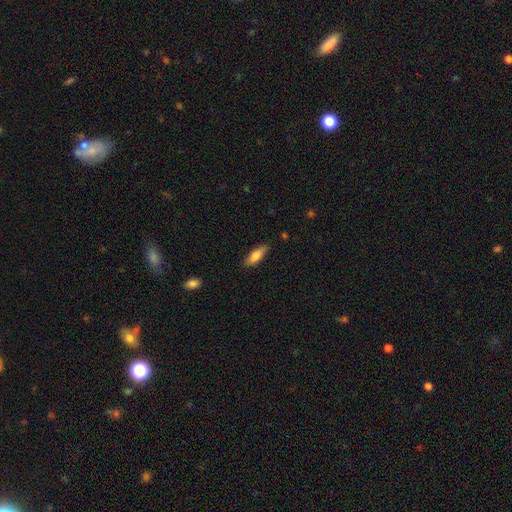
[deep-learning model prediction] Smooth or featured: smooth — 80% (featured or disk — 14%)
How rounded: in between — 58% (cigar-shaped — 40%)
Merging: none — 84% (minor disturbance — 12%)